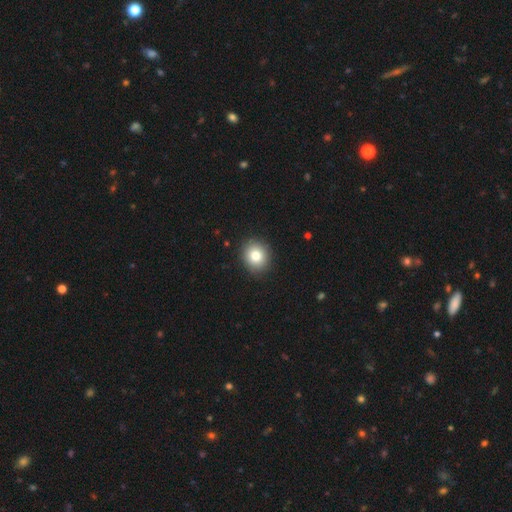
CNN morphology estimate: Smooth or featured? smooth (81%)
How rounded? round (79%)
Merging? none (91%)